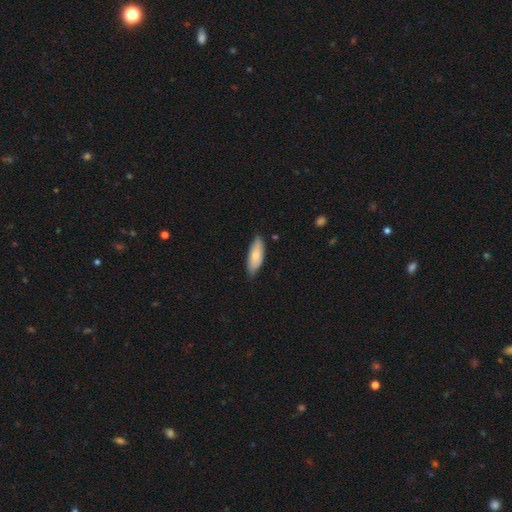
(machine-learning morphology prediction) smooth 72%, featured or disk 22%, star or artifact 6%. Down the decision tree: how rounded — in between (70%); merging — none (77%).